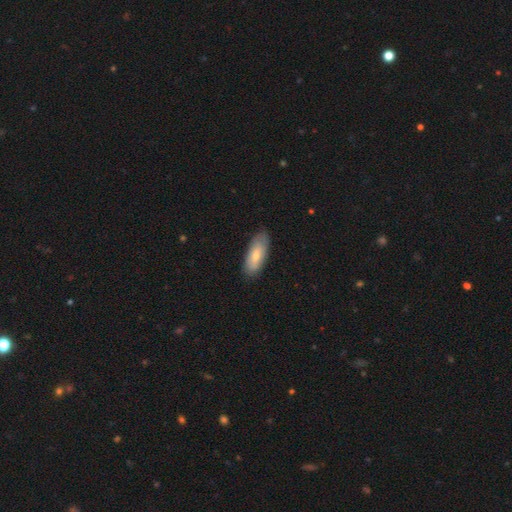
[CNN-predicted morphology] smooth_or_featured: smooth (p=0.72) [alt: featured or disk p=0.23]
how_rounded: in between (p=0.77) [alt: cigar-shaped p=0.21]
merging: none (p=0.77) [alt: minor disturbance p=0.18]